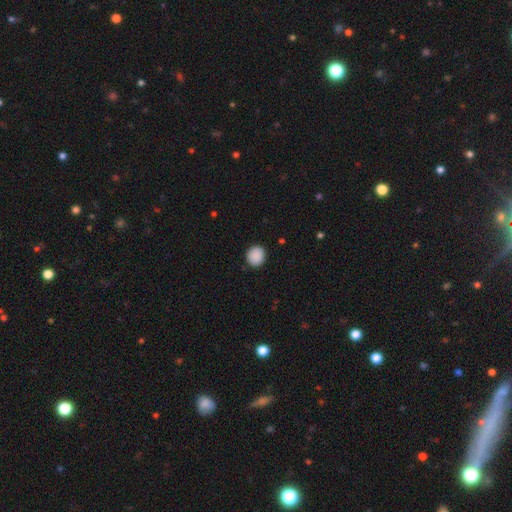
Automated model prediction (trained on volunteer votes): A smooth galaxy with no disk features (90%) that is round (78%).

Vote fractions:
- Smooth or featured? smooth: 90% / star or artifact: 8% / featured or disk: 2%
- How rounded? round: 78% / in between: 21% / cigar-shaped: 1%
- Merging? none: 89% / minor disturbance: 8% / major disturbance: 2% / merger: 1%